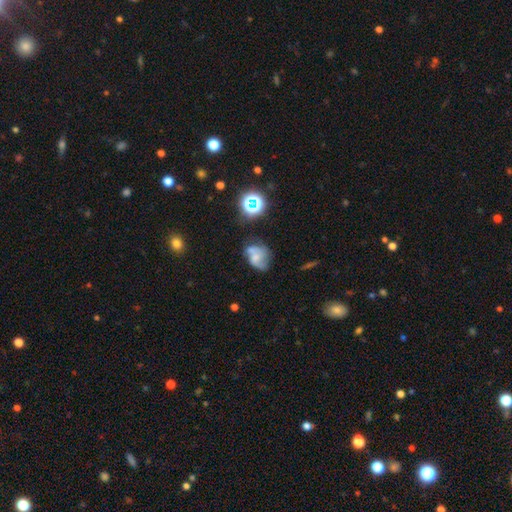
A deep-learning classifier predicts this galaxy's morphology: Q: Smooth or featured?
A: featured or disk (52%); runner-up: smooth (33%)
Q: Edge-on disk?
A: no (97%); runner-up: yes (3%)
Q: Bar?
A: no (75%); runner-up: weak (21%)
Q: Spiral arms?
A: yes (71%); runner-up: no (29%)
Q: Bulge size?
A: small (35%); runner-up: none (33%)
Q: Merging?
A: none (38%); runner-up: minor disturbance (27%)